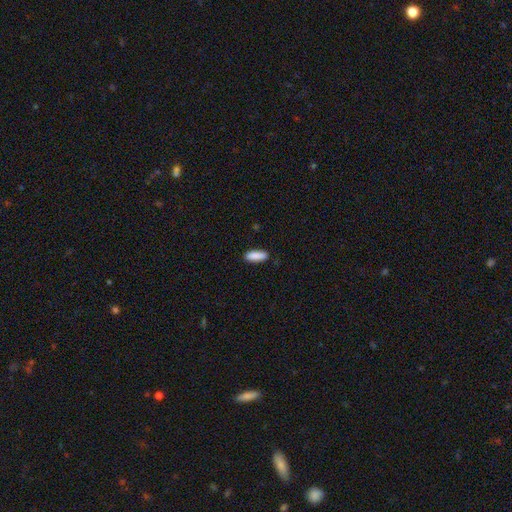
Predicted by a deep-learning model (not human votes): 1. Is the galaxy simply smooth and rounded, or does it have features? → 89% smooth, 6% star or artifact, 5% featured or disk.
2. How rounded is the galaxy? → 59% in between, 39% cigar-shaped, 2% round.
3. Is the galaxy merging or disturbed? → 87% none, 10% minor disturbance, 2% major disturbance, 1% merger.